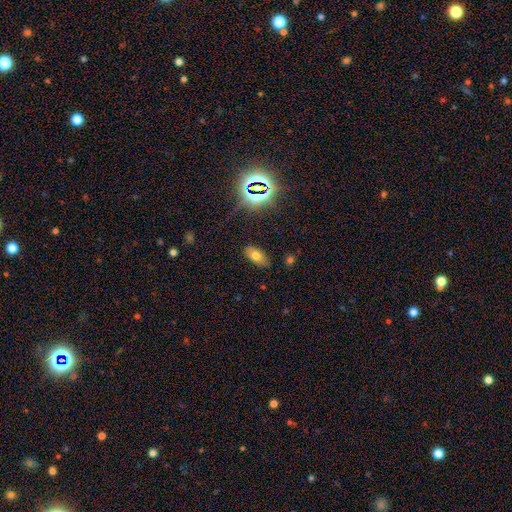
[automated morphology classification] A smooth galaxy with no disk features (65%) that is in between round and cigar-shaped (91%). Merging: none (83%).